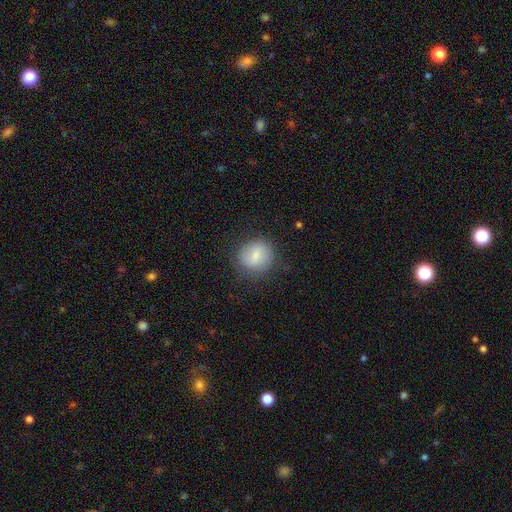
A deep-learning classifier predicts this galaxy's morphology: A smooth galaxy with no disk features (74%) that is round (80%).

Vote fractions:
- Smooth or featured? smooth: 74% / featured or disk: 18% / star or artifact: 8%
- How rounded? round: 80% / in between: 19% / cigar-shaped: 1%
- Merging? none: 75% / minor disturbance: 17% / major disturbance: 7% / merger: 1%